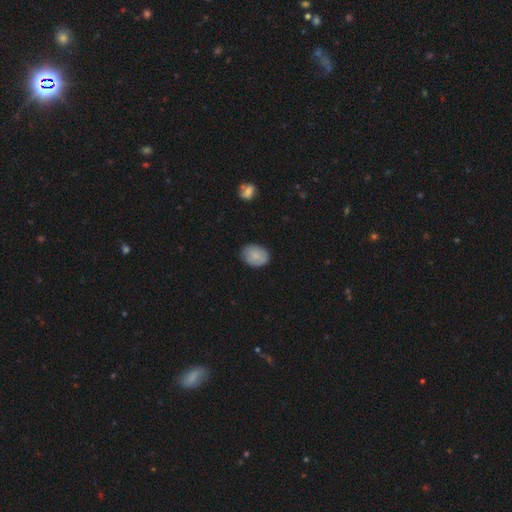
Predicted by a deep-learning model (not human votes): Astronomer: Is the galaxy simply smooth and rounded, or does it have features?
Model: smooth — 80%.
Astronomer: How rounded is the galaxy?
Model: in between — 72%.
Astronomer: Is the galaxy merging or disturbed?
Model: none — 83%.